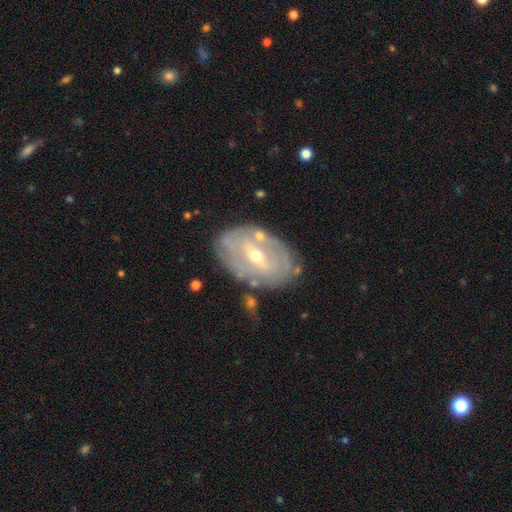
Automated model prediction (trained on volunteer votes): A featured or disk galaxy (77%) with a weak bar (43%), spiral arms (59%) and a small central bulge (52%). Merging: none (76%).